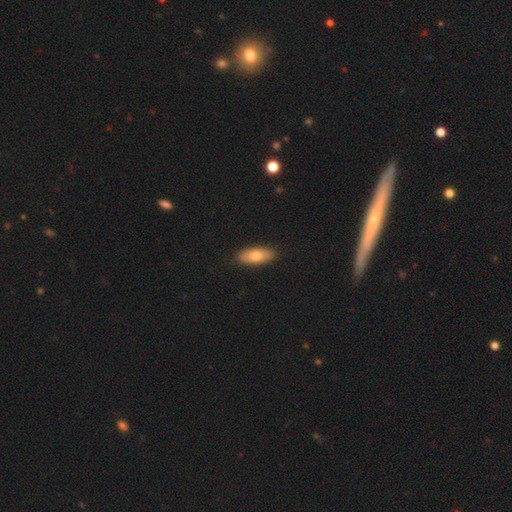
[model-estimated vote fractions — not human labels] A smooth galaxy with no disk features (70%) that is in between round and cigar-shaped (78%). Merging: none (89%).